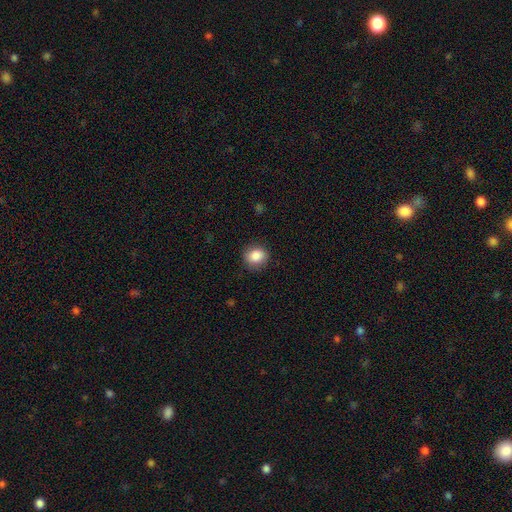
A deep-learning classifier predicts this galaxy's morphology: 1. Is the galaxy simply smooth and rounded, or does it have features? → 86% smooth, 9% star or artifact, 5% featured or disk.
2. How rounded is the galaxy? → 75% round, 24% in between, 1% cigar-shaped.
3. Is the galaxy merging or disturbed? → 83% none, 13% minor disturbance, 3% major disturbance, 1% merger.